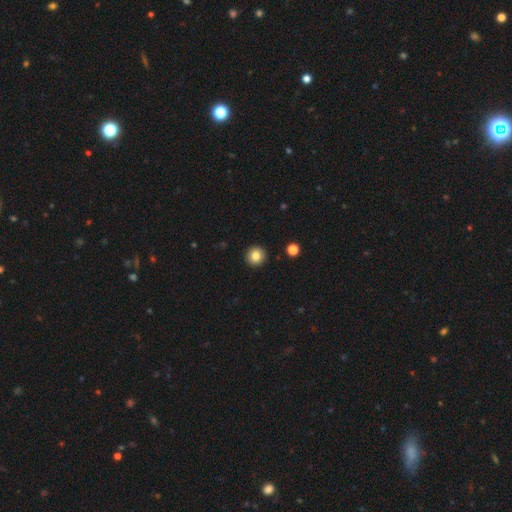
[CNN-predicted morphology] type=smooth (83%); roundness=round (95%); merging=none (93%).